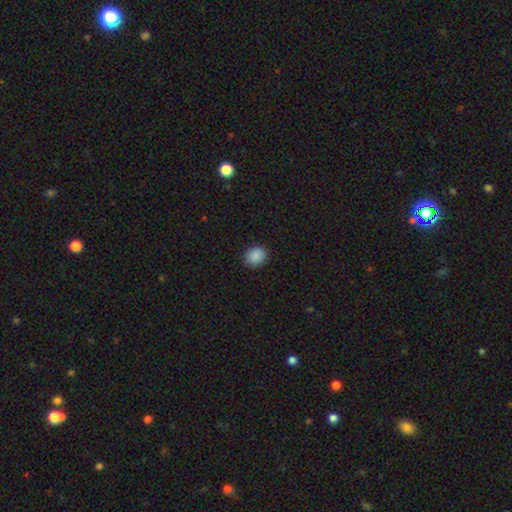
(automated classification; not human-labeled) A smooth galaxy with no disk features (88%) that is round (62%).

Vote fractions:
- Smooth or featured? smooth: 88% / star or artifact: 9% / featured or disk: 3%
- How rounded? round: 62% / in between: 37% / cigar-shaped: 1%
- Merging? none: 87% / minor disturbance: 10% / major disturbance: 2% / merger: 1%